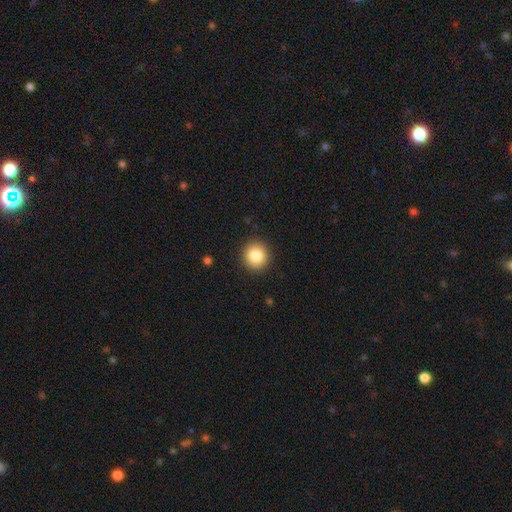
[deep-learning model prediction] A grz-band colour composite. It shows a smooth galaxy with no disk features (85%) that is round (91%). Merging: none (91%).